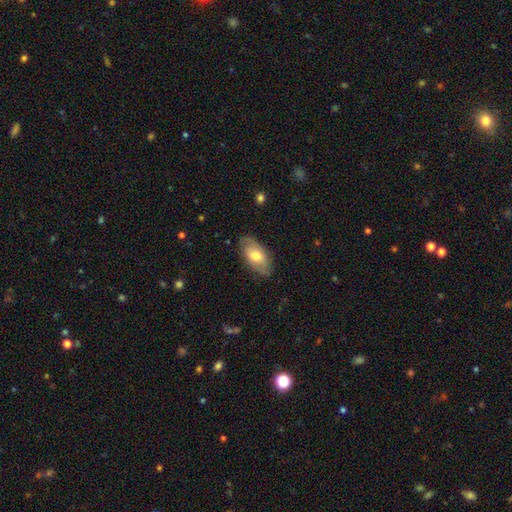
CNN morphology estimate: smooth-or-featured: smooth: 59% | featured or disk: 35% | star or artifact: 6%
  how-rounded: in between: 92% | cigar-shaped: 4% | round: 4%
  merging: none: 78% | minor disturbance: 17% | major disturbance: 4% | merger: 1%